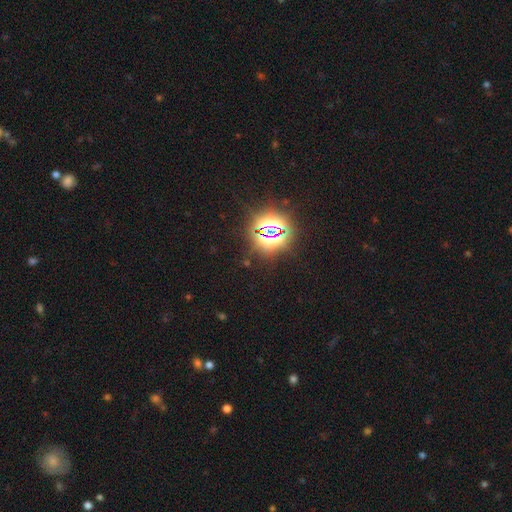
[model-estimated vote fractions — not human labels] star or artifact 76%, smooth 19%, featured or disk 5%.